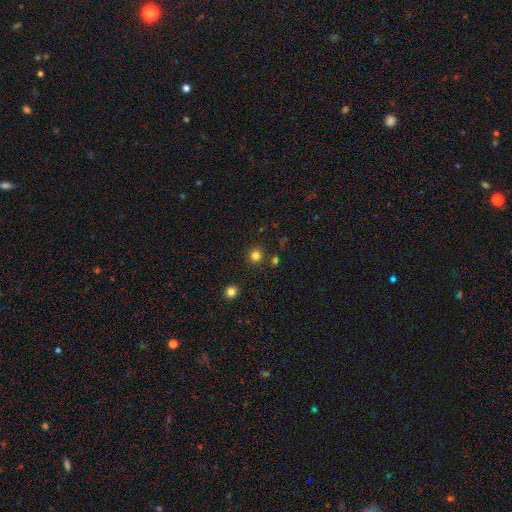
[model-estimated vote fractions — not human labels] The model was most divided on "smooth or featured": smooth: 81%, star or artifact: 14%, featured or disk: 5%. More confident: how rounded — round (91%); merging — none (88%).